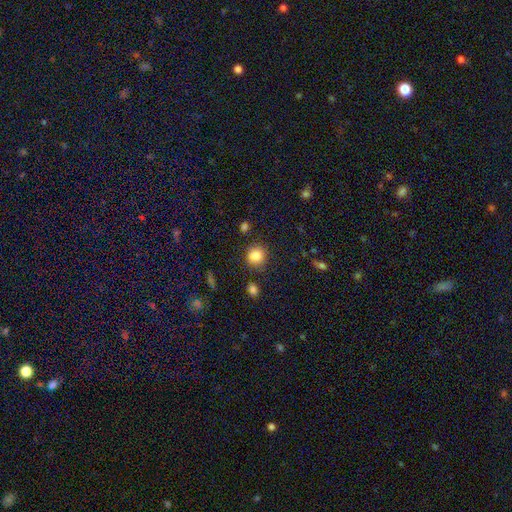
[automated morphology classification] A smooth galaxy with no disk features (84%) that is round (85%). Merging: none (80%).